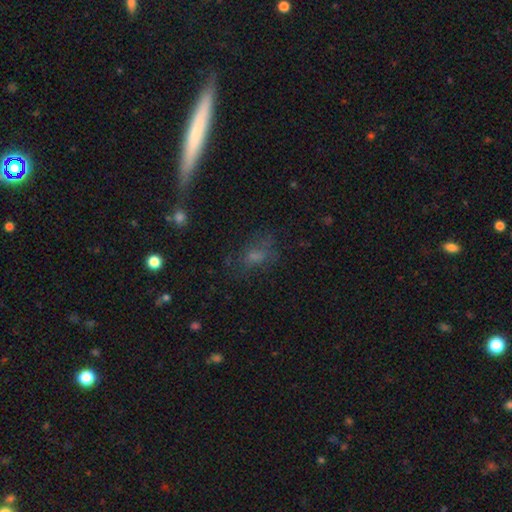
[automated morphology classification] A smooth galaxy with no disk features (50%).

Vote fractions:
- Smooth or featured? smooth: 50% / featured or disk: 27% / star or artifact: 23%
- Merging? none: 67% / minor disturbance: 17% / major disturbance: 11% / merger: 5%